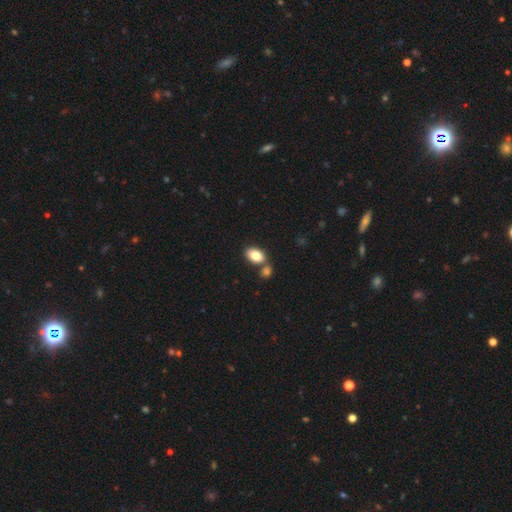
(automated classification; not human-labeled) Smooth or featured? Predicted: smooth (p=0.84). How rounded? Predicted: in between (p=0.90). Merging? Predicted: none (p=0.59).